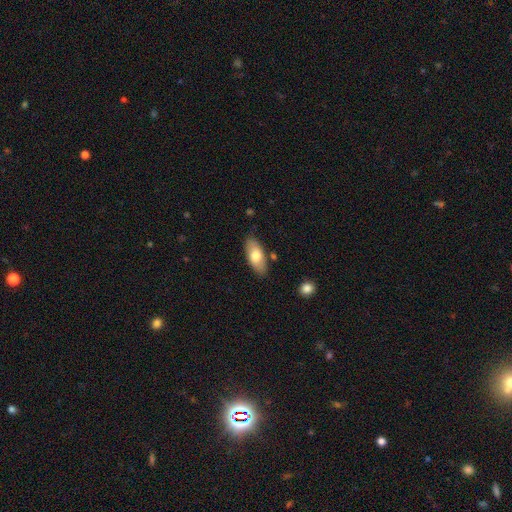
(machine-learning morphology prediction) Q: Smooth or featured?
A: smooth (73%); runner-up: featured or disk (21%)
Q: How rounded?
A: in between (88%); runner-up: cigar-shaped (10%)
Q: Merging?
A: none (82%); runner-up: minor disturbance (12%)